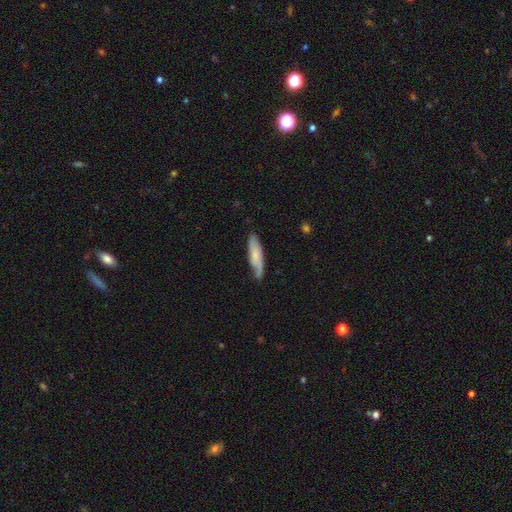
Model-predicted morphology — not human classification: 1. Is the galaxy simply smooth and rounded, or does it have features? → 59% smooth, 35% featured or disk, 6% star or artifact.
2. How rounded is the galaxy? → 65% cigar-shaped, 34% in between, 2% round.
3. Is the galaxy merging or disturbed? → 68% none, 24% minor disturbance, 6% major disturbance, 2% merger.